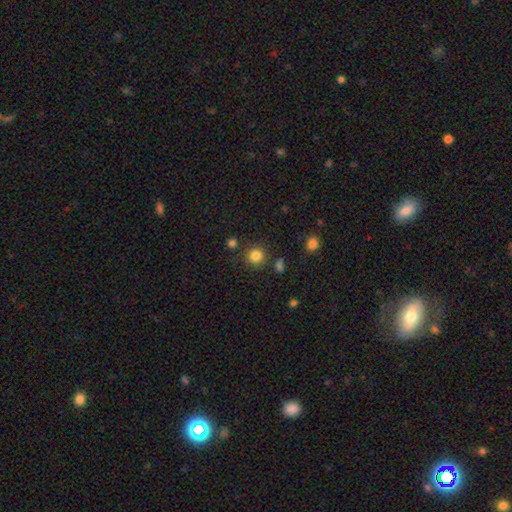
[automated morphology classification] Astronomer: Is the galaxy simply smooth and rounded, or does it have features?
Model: smooth — 83%.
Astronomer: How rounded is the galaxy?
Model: round — 92%.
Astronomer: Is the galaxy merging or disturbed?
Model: none — 84%.